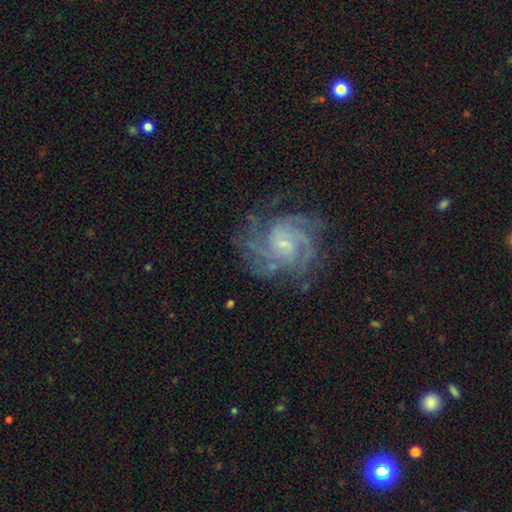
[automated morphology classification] Overall: featured or disk (74%). Edge-on disk: no (97%). Bar: no (48%; weak 42%). Spiral arms: yes (97%). Spiral arm count: 3 (25%; can't tell 24%). Spiral winding: tight (57%; medium 36%). Bulge size: small (54%; moderate 35%). Merging: none (81%).